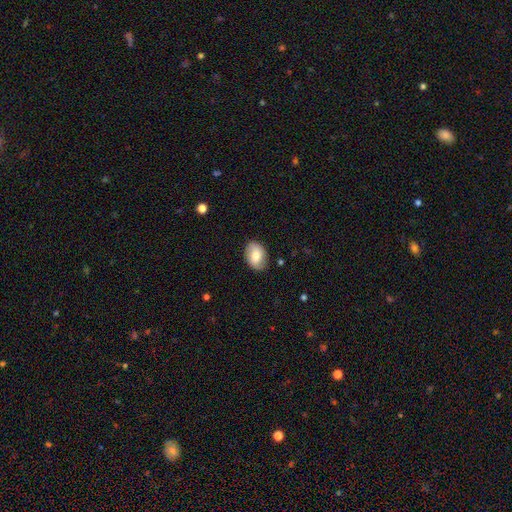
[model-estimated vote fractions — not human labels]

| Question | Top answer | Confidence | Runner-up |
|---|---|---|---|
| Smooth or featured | smooth | 72% | featured or disk (21%) |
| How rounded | in between | 82% | round (17%) |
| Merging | none | 84% | minor disturbance (13%) |